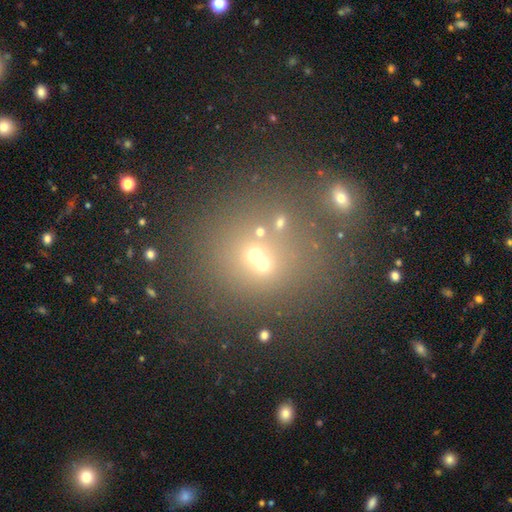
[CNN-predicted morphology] type=smooth (51%); roundness=round (81%); merging=none (55%).